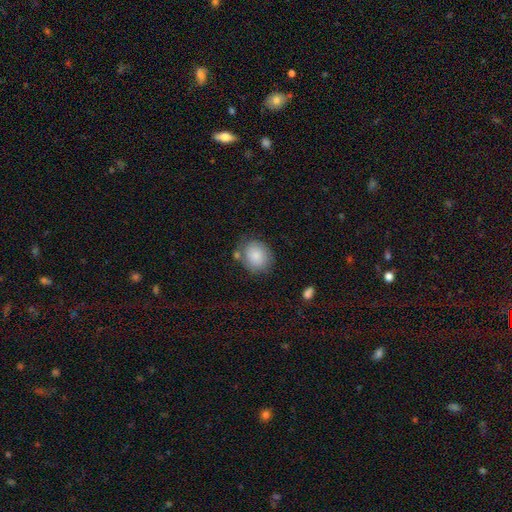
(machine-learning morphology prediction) smooth_or_featured: smooth (p=0.80) [alt: featured or disk p=0.12]
how_rounded: round (p=0.66) [alt: in between p=0.33]
merging: none (p=0.65) [alt: minor disturbance p=0.20]